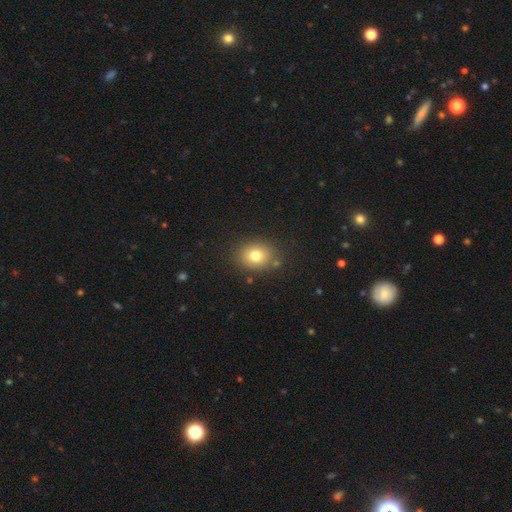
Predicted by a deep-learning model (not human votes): A smooth galaxy with no disk features (77%) that is round (54%).

Vote fractions:
- Smooth or featured? smooth: 77% / star or artifact: 12% / featured or disk: 11%
- How rounded? round: 54% / in between: 45% / cigar-shaped: 1%
- Merging? none: 82% / minor disturbance: 11% / merger: 4% / major disturbance: 3%